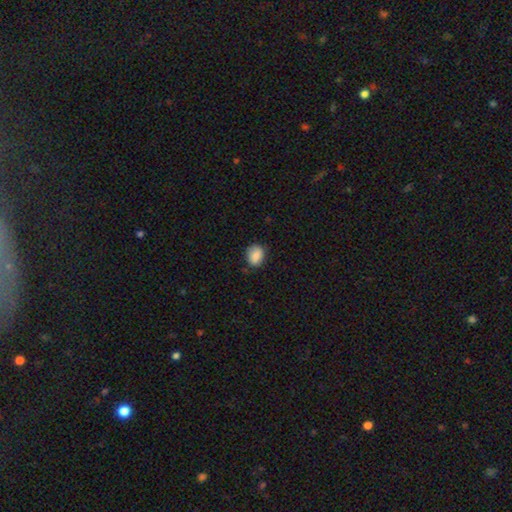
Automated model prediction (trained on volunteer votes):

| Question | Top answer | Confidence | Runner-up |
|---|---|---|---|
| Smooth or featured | smooth | 85% | star or artifact (8%) |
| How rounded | in between | 50% | round (49%) |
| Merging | none | 76% | minor disturbance (19%) |